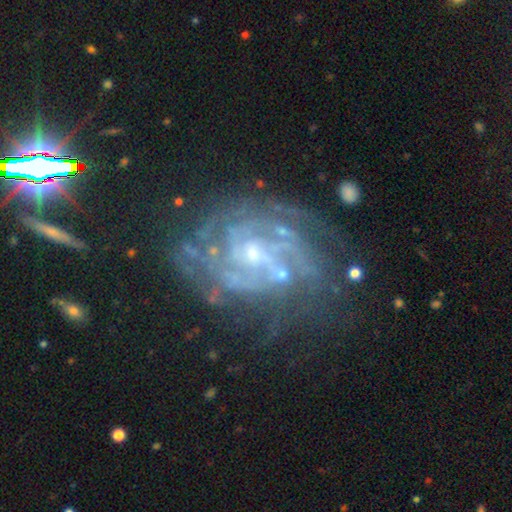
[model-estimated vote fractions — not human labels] Smooth or featured? featured or disk (85%)
Edge-on disk? no (97%)
Bar? no (57%)
Spiral arms? yes (91%)
Spiral winding? tight (61%)
Spiral arm count? can't tell (40%)
Bulge size? small (64%)
Merging? none (63%)